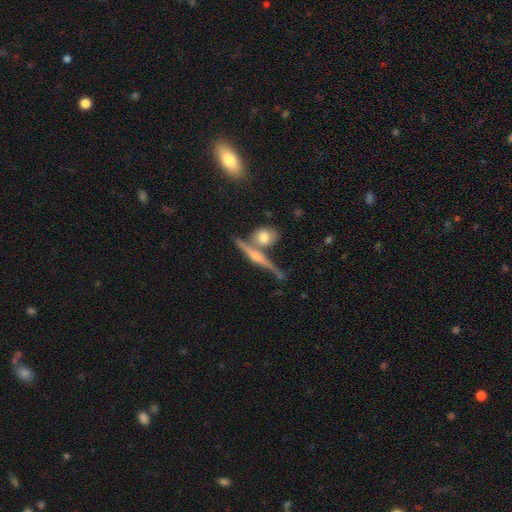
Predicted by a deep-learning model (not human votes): A featured or disk galaxy (73%) viewed edge-on (95%) with a rounded central bulge (85%).

Vote fractions:
- Smooth or featured? featured or disk: 73% / smooth: 18% / star or artifact: 9%
- Edge-on disk? yes: 95% / no: 5%
- Edge-on bulge? rounded: 85% / boxy: 8% / none: 7%
- Merging? none: 72% / merger: 15% / minor disturbance: 10% / major disturbance: 4%